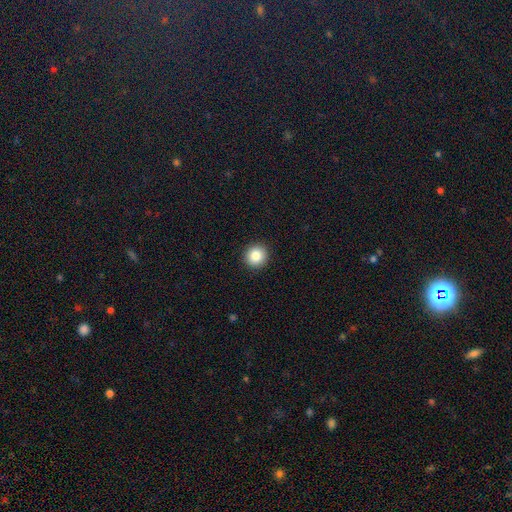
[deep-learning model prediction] A smooth galaxy with no disk features (85%) that is round (93%). Merging: none (93%).